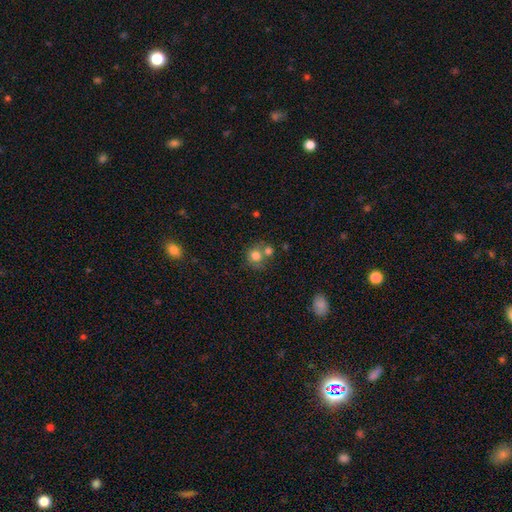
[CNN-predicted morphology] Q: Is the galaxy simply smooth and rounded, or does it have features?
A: smooth — 75%.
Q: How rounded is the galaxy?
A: round — 78%.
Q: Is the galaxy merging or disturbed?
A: none — 47%.